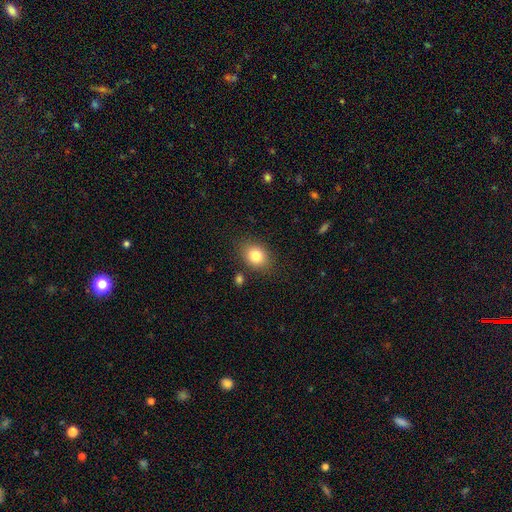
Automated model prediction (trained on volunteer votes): Smooth or featured?
  - smooth: 82% *
  - star or artifact: 9%
  - featured or disk: 8%
How rounded?
  - in between: 60% *
  - round: 39%
  - cigar-shaped: 1%
Merging?
  - none: 81% *
  - minor disturbance: 12%
  - merger: 3%
  - major disturbance: 3%